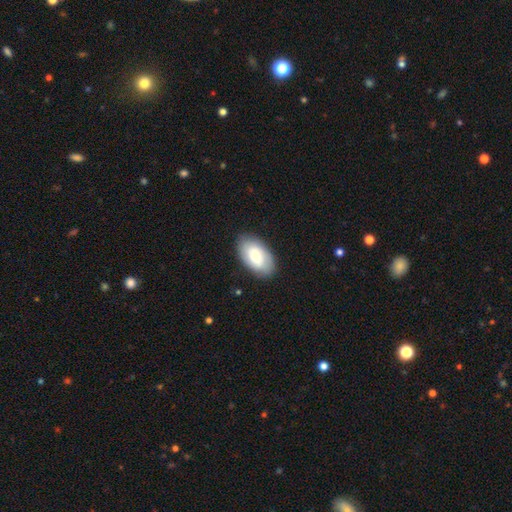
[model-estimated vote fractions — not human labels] Smooth or featured: smooth — 71% (featured or disk — 23%)
How rounded: in between — 94% (round — 4%)
Merging: none — 85% (minor disturbance — 11%)